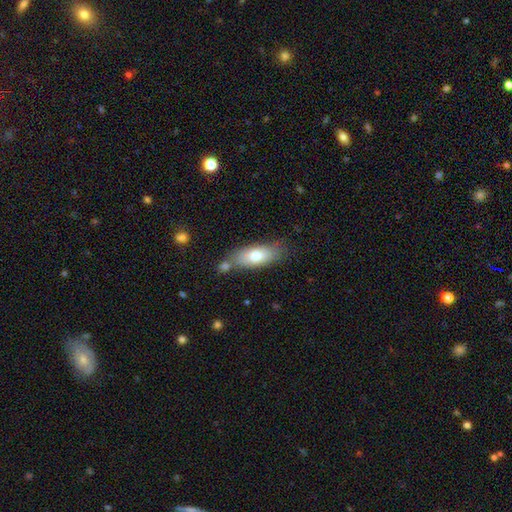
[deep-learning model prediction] Morphology: type=smooth (72%); roundness=in between (76%); merging=none (61%).